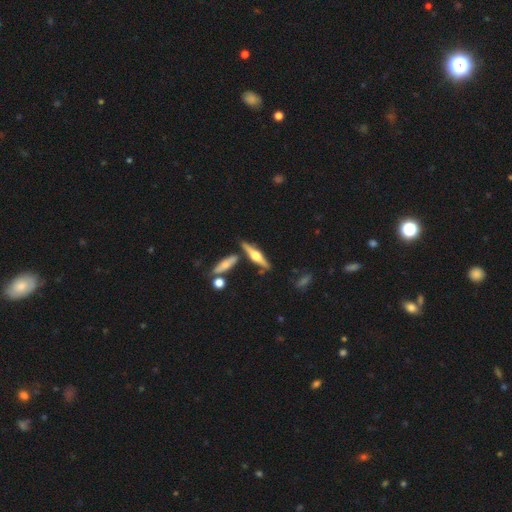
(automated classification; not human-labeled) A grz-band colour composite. It shows a featured or disk galaxy (73%) viewed edge-on (97%) with a rounded central bulge (93%). Merging: none (79%).